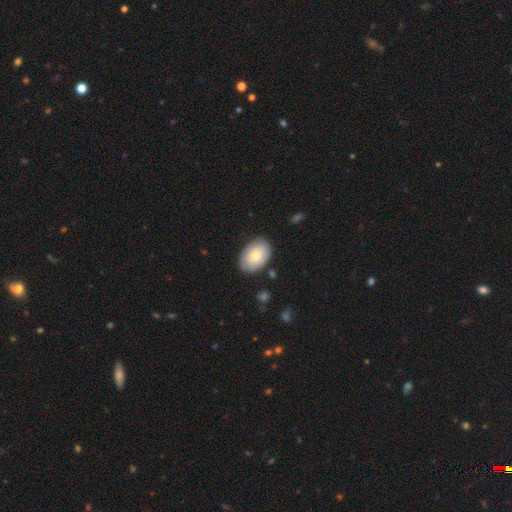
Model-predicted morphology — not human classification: smooth_or_featured: smooth (p=0.76) [alt: featured or disk p=0.18]
how_rounded: in between (p=0.86) [alt: round p=0.13]
merging: none (p=0.82) [alt: minor disturbance p=0.13]